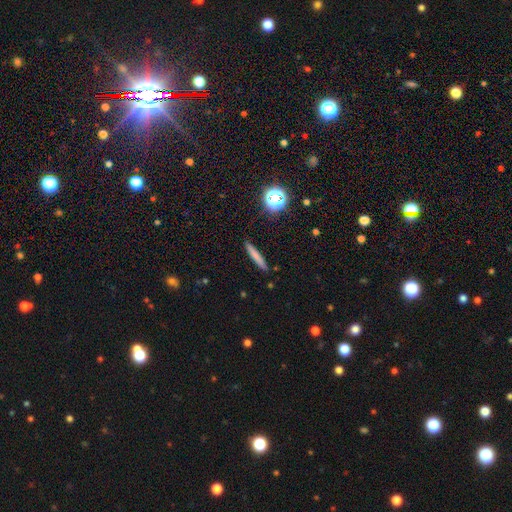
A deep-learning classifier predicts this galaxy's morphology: This appears to be a smooth galaxy with no disk features (70%) that is cigar-shaped (93%). Merging: none (90%).